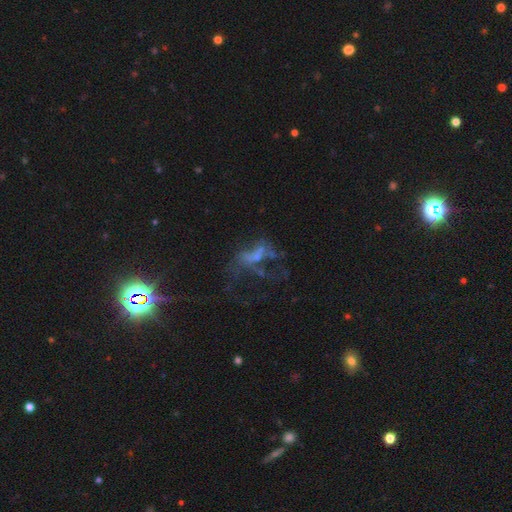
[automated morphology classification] featured or disk 50%, star or artifact 32%, smooth 18%. Down the decision tree: edge-on disk — no (94%); merging — major disturbance (43%).